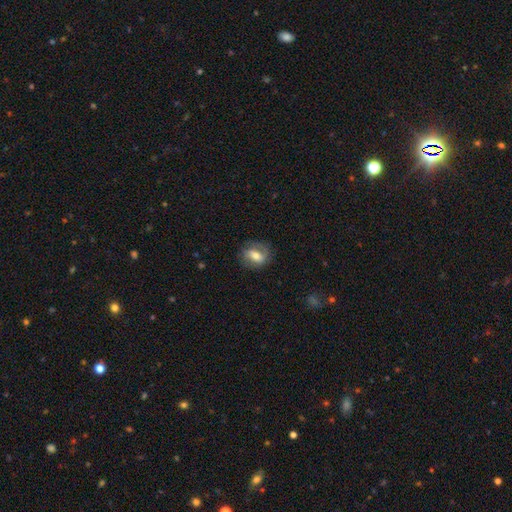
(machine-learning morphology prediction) Overall: smooth (50%; featured or disk 42%). Merging: none (70%).